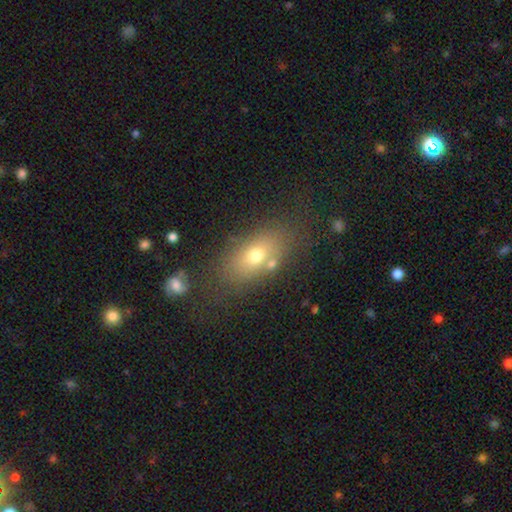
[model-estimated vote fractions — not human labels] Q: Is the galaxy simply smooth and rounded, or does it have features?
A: smooth — 67%.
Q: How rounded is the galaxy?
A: in between — 82%.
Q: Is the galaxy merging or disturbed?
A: none — 69%.